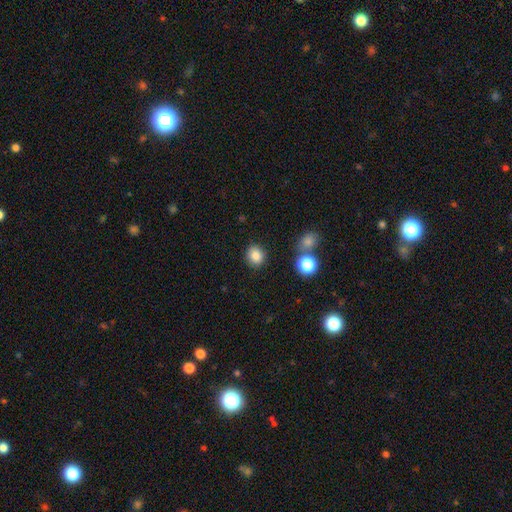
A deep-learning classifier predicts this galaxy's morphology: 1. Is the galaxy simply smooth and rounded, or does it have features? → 83% smooth, 11% star or artifact, 6% featured or disk.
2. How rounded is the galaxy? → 76% round, 24% in between, 1% cigar-shaped.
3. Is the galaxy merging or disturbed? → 86% none, 8% minor disturbance, 3% merger, 2% major disturbance.